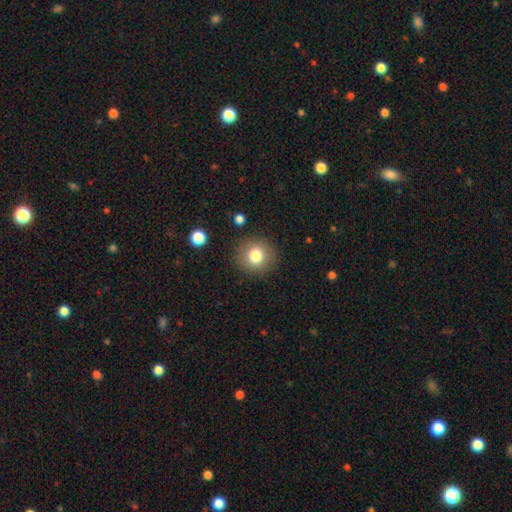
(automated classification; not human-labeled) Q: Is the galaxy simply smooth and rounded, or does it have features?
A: smooth — 80%.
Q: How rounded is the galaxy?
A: round — 91%.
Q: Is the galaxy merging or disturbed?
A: none — 88%.